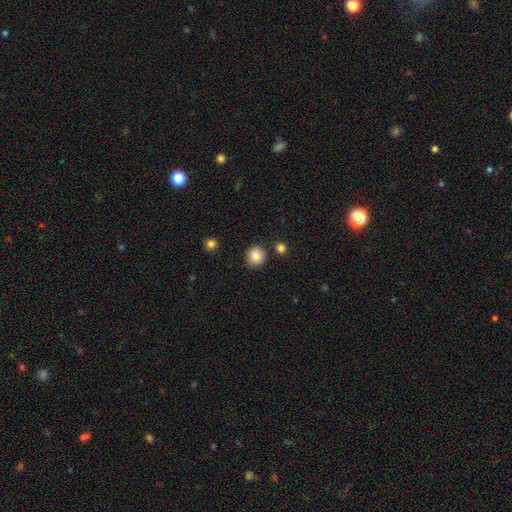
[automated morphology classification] smooth 86%, star or artifact 10%, featured or disk 5%. Down the decision tree: how rounded — round (92%); merging — none (87%).